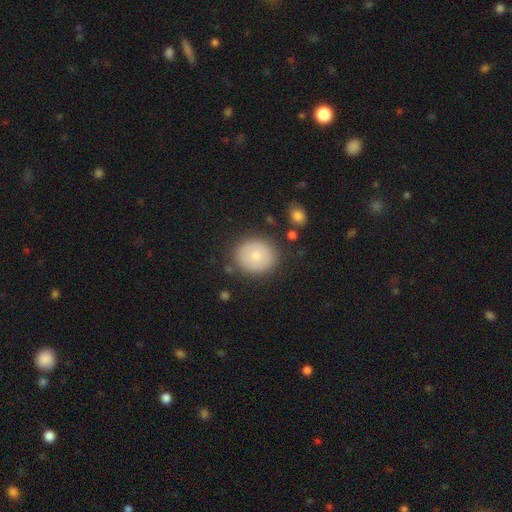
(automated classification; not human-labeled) Q: Smooth or featured?
A: smooth (74%); runner-up: featured or disk (17%)
Q: How rounded?
A: round (79%); runner-up: in between (20%)
Q: Merging?
A: none (84%); runner-up: minor disturbance (10%)